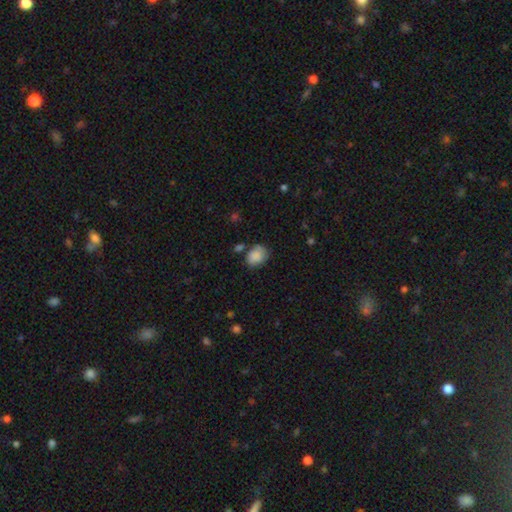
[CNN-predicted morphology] This is clearly a smooth galaxy (85%). How rounded: likely in between (61%). Merging: possibly none (60%).